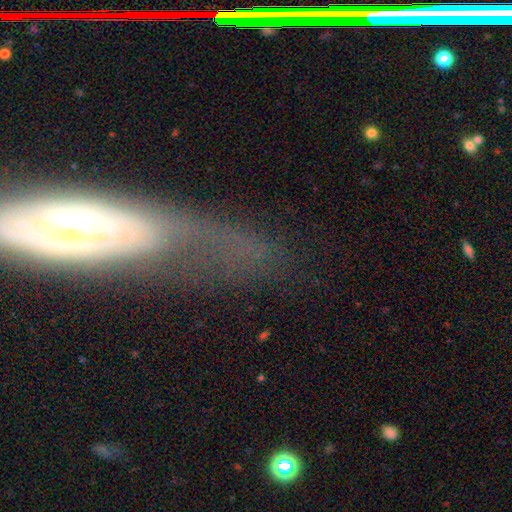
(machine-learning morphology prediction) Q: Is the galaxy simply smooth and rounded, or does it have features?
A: featured or disk — 68%.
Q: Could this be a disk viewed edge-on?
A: no — 73%.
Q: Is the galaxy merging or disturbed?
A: none — 55%.